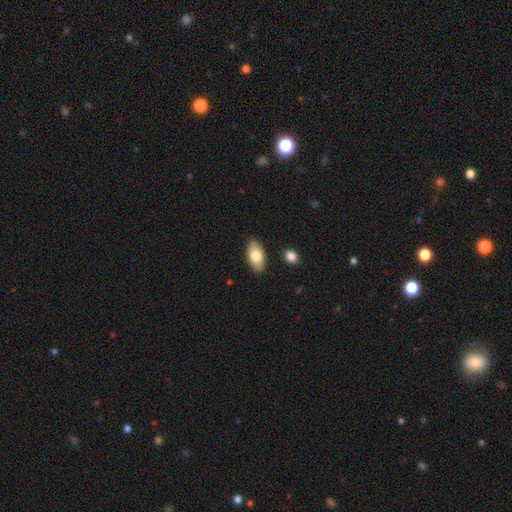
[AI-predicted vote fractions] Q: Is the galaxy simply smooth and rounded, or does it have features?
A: smooth — 77%.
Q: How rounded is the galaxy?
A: in between — 91%.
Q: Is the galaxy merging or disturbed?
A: none — 88%.